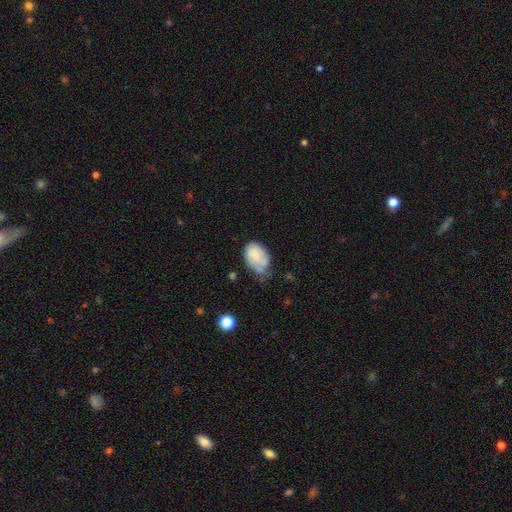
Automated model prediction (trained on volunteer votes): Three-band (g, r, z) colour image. It shows a smooth galaxy with no disk features (67%) that is in between round and cigar-shaped (88%). Merging: minor disturbance (43%).